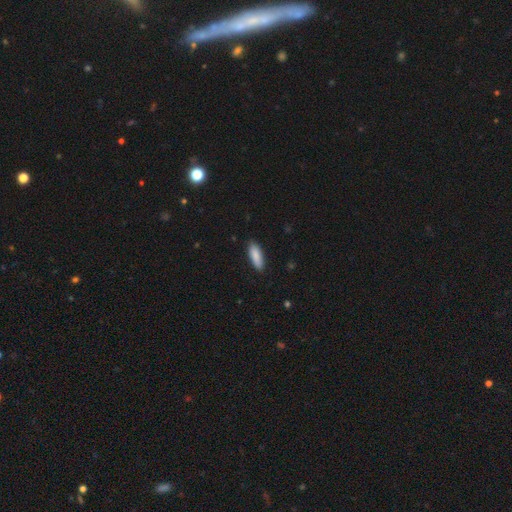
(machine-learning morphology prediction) Overall: smooth (88%). How rounded: in between (65%; cigar-shaped 33%). Merging: none (87%).